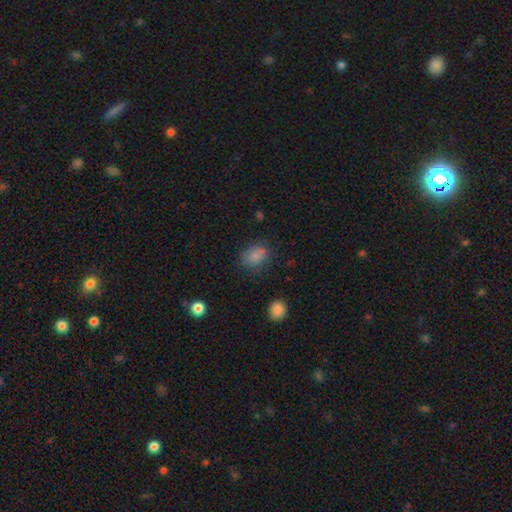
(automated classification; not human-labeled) Smooth or featured?
  - smooth: 78% *
  - star or artifact: 12%
  - featured or disk: 10%
How rounded?
  - in between: 55% *
  - round: 44%
  - cigar-shaped: 1%
Merging?
  - none: 65% *
  - minor disturbance: 21%
  - major disturbance: 9%
  - merger: 5%